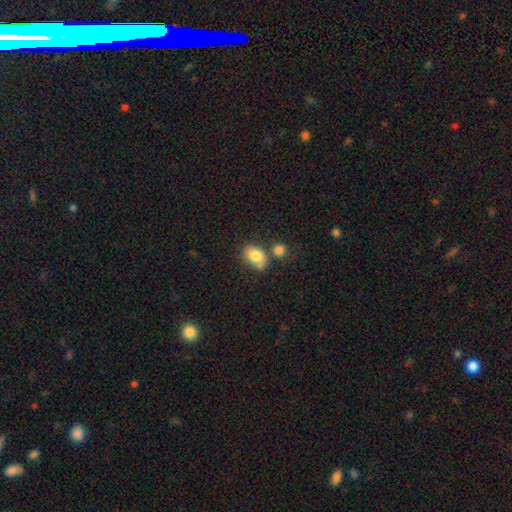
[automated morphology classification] A smooth galaxy with no disk features (80%) that is in between round and cigar-shaped (68%).

Vote fractions:
- Smooth or featured? smooth: 80% / featured or disk: 12% / star or artifact: 8%
- How rounded? in between: 68% / round: 31% / cigar-shaped: 1%
- Merging? none: 51% / merger: 24% / minor disturbance: 19% / major disturbance: 6%